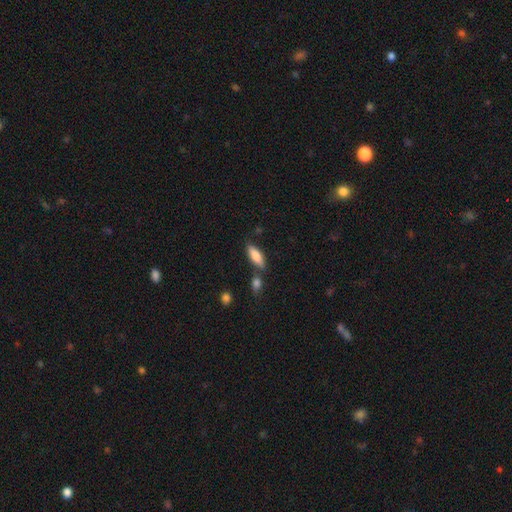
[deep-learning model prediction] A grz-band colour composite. It shows a smooth galaxy with no disk features (82%) that is in between round and cigar-shaped (69%). Merging: none (68%).